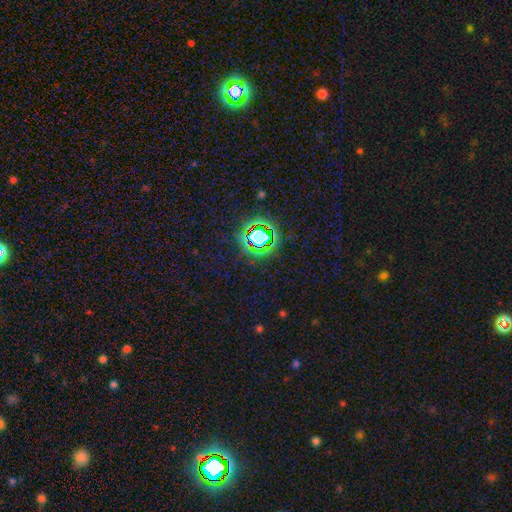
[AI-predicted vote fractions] Morphology: type=star or artifact (81%).